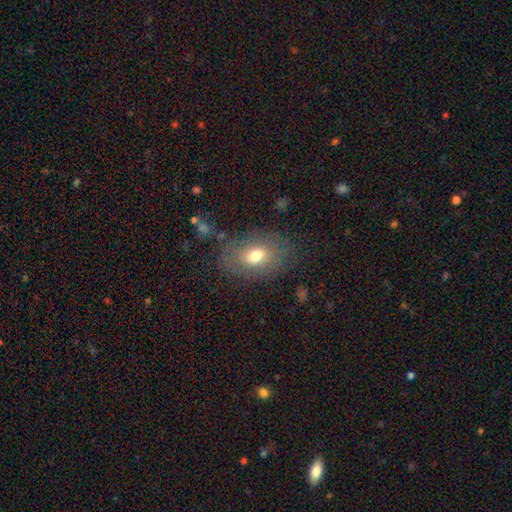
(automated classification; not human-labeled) Q: Smooth or featured?
A: smooth (64%); runner-up: featured or disk (27%)
Q: How rounded?
A: in between (84%); runner-up: round (15%)
Q: Merging?
A: none (73%); runner-up: minor disturbance (17%)